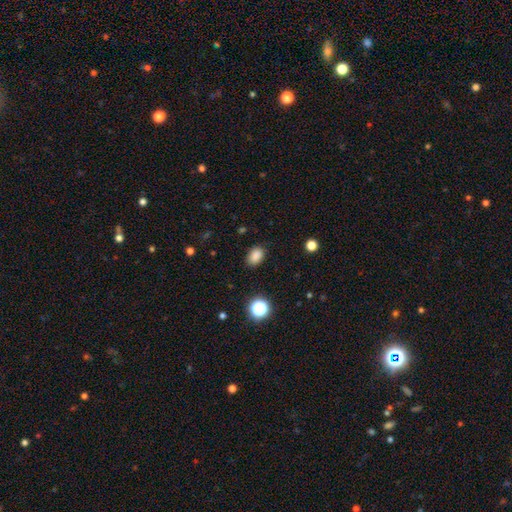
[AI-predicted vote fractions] Q: Smooth or featured?
A: smooth (85%); runner-up: star or artifact (11%)
Q: How rounded?
A: in between (76%); runner-up: round (23%)
Q: Merging?
A: none (85%); runner-up: minor disturbance (11%)